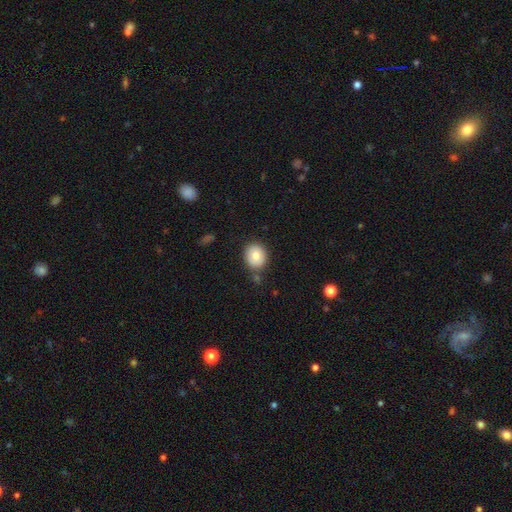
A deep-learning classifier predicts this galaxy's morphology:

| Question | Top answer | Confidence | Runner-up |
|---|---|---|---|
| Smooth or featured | smooth | 78% | featured or disk (14%) |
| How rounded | round | 76% | in between (23%) |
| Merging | none | 81% | minor disturbance (12%) |